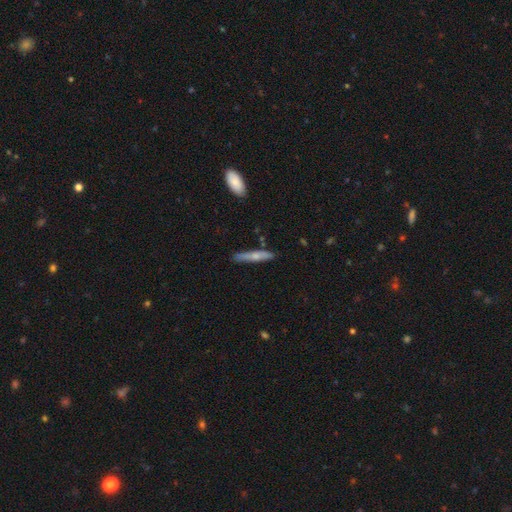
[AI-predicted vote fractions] Smooth or featured? Predicted: smooth (p=0.57). How rounded? Predicted: cigar-shaped (p=0.91). Merging? Predicted: none (p=0.83).